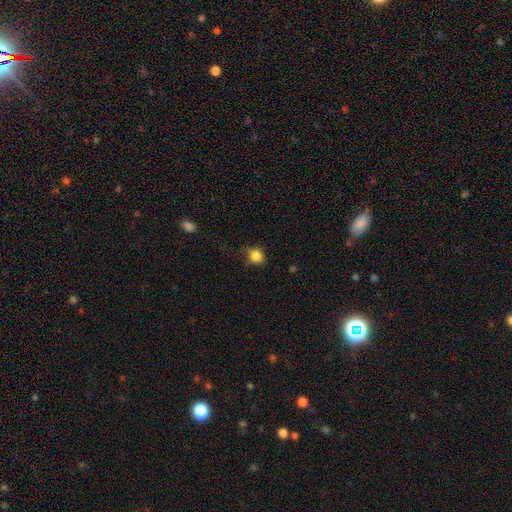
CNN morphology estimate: smooth-or-featured: smooth: 85% | star or artifact: 10% | featured or disk: 5%
  how-rounded: round: 82% | in between: 17% | cigar-shaped: 1%
  merging: none: 67% | minor disturbance: 24% | major disturbance: 8% | merger: 1%